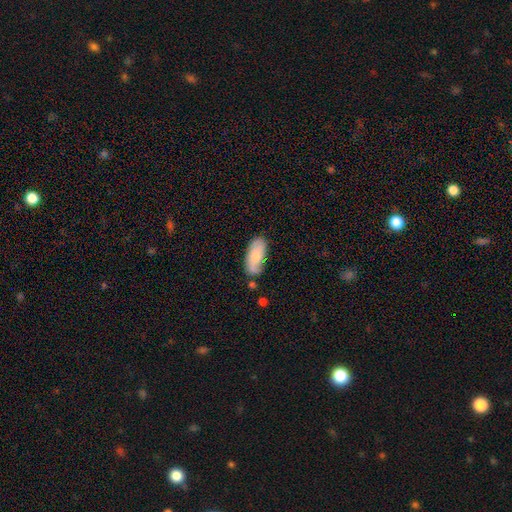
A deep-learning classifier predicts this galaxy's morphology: Smooth or featured?
  - smooth: 68% *
  - featured or disk: 25%
  - star or artifact: 6%
How rounded?
  - in between: 88% *
  - cigar-shaped: 10%
  - round: 2%
Merging?
  - none: 66% *
  - minor disturbance: 23%
  - merger: 6%
  - major disturbance: 5%